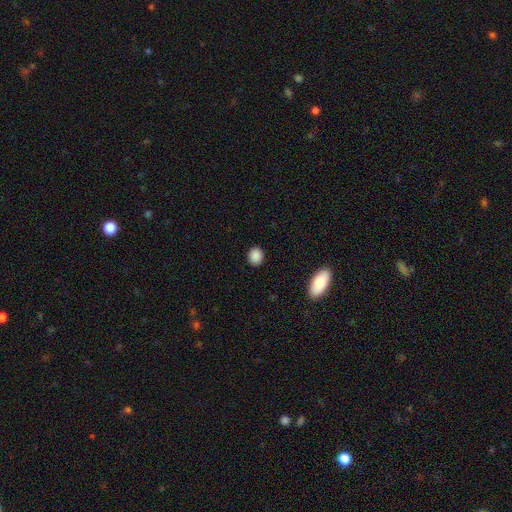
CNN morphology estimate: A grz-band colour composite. It shows a smooth galaxy with no disk features (88%) that is round (59%). Merging: none (89%).